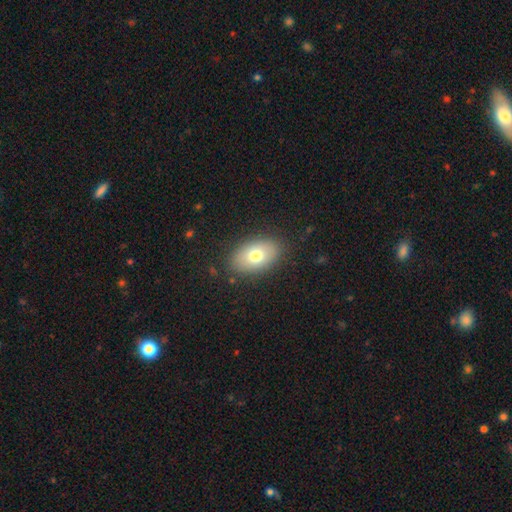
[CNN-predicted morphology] Smooth or featured? Predicted: smooth (p=0.74). How rounded? Predicted: in between (p=0.89). Merging? Predicted: none (p=0.85).